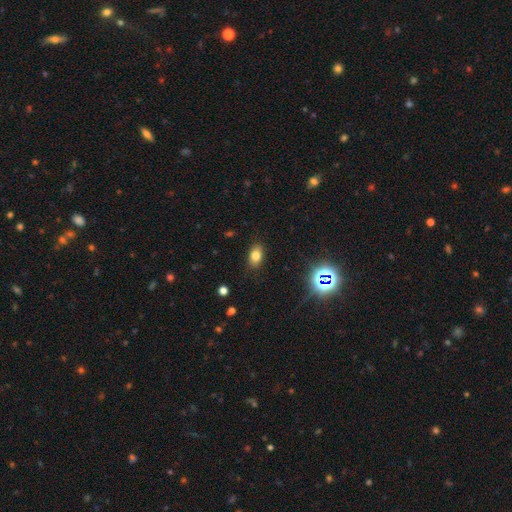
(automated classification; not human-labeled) smooth 77%, star or artifact 15%, featured or disk 8%. Down the decision tree: how rounded — in between (83%); merging — none (85%).